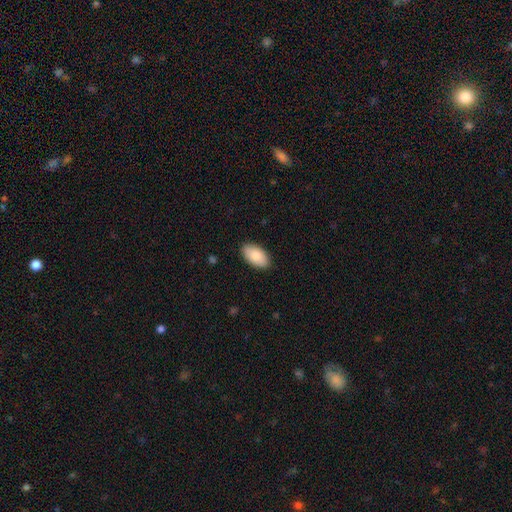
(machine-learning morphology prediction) A smooth galaxy with no disk features (86%) that is in between round and cigar-shaped (95%).

Vote fractions:
- Smooth or featured? smooth: 86% / featured or disk: 8% / star or artifact: 6%
- How rounded? in between: 95% / round: 3% / cigar-shaped: 2%
- Merging? none: 89% / minor disturbance: 8% / major disturbance: 2% / merger: 1%